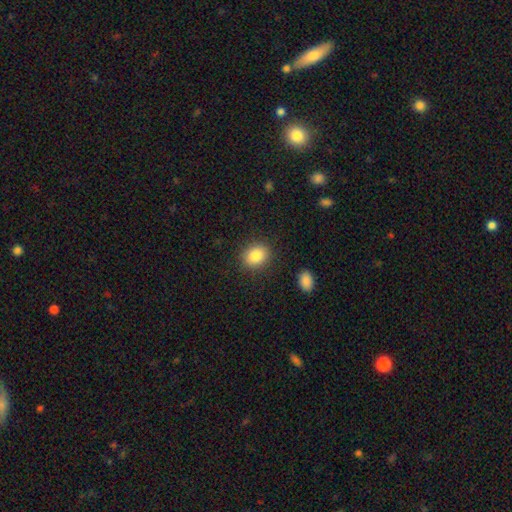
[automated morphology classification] The model was most divided on "how rounded": round: 57%, in between: 42%, cigar-shaped: 1%. More confident: merging — none (87%); smooth or featured — smooth (84%).